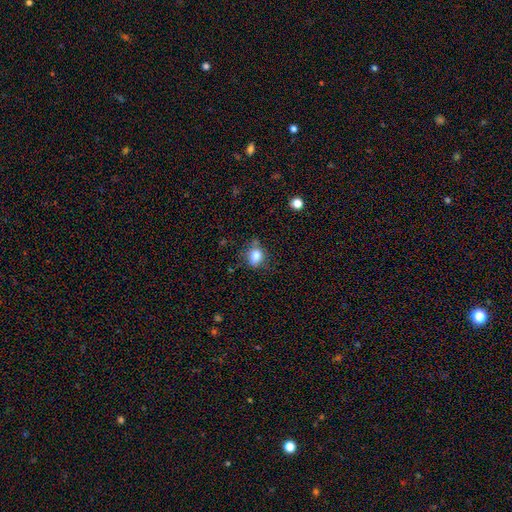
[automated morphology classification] Overall: smooth (81%). How rounded: round (54%; in between 44%). Merging: none (67%).